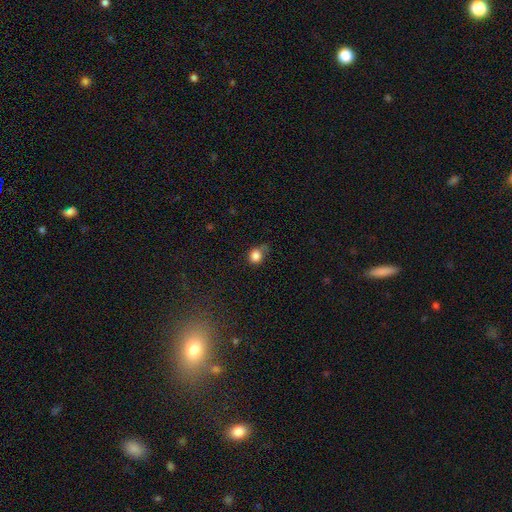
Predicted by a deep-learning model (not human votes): Overall: smooth (83%). How rounded: round (75%). Merging: none (51%; minor disturbance 33%).